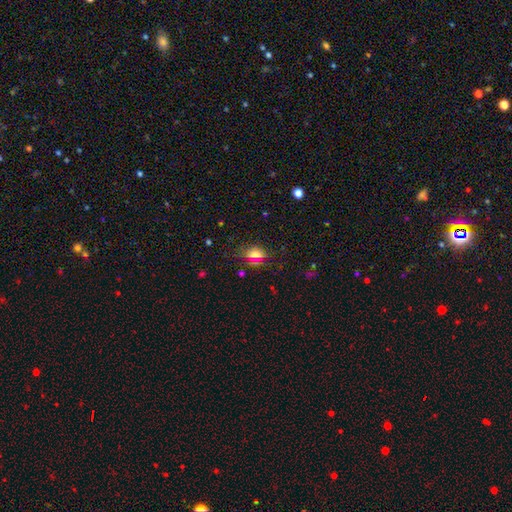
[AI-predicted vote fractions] This appears to be a smooth galaxy with no disk features (61%) that is in between round and cigar-shaped (60%). Merging: none (78%).